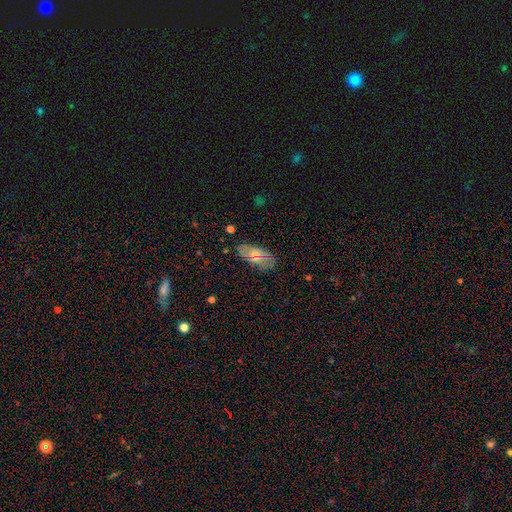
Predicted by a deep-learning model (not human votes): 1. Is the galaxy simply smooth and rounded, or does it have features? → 65% smooth, 26% featured or disk, 9% star or artifact.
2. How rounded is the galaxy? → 89% in between, 8% cigar-shaped, 3% round.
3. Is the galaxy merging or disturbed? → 75% none, 18% minor disturbance, 5% major disturbance, 3% merger.